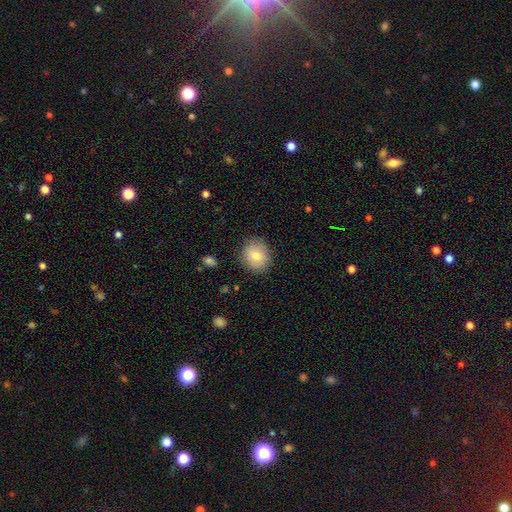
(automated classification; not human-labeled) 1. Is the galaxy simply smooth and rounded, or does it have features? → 78% smooth, 14% featured or disk, 9% star or artifact.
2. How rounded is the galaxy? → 78% round, 21% in between, 1% cigar-shaped.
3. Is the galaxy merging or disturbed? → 87% none, 10% minor disturbance, 2% major disturbance, 1% merger.